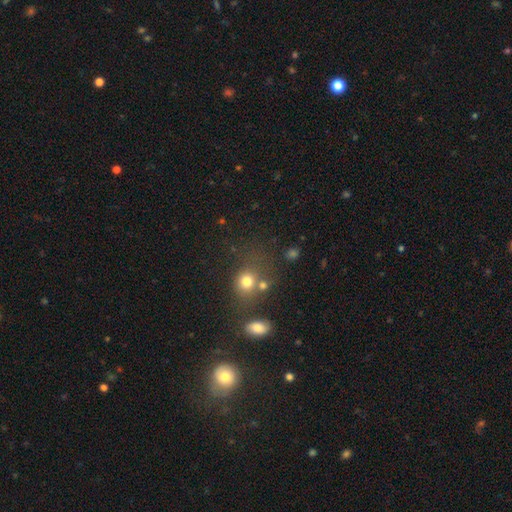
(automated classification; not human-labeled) Smooth or featured: smooth — 47% (star or artifact — 42%)
Merging: none — 55% (merger — 27%)